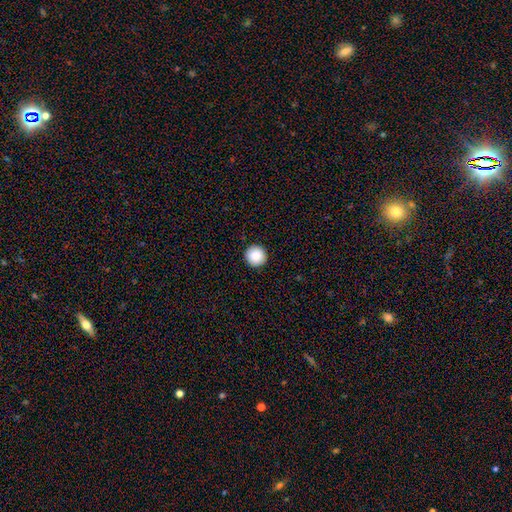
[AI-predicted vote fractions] Overall: smooth (88%). How rounded: round (97%). Merging: none (94%).